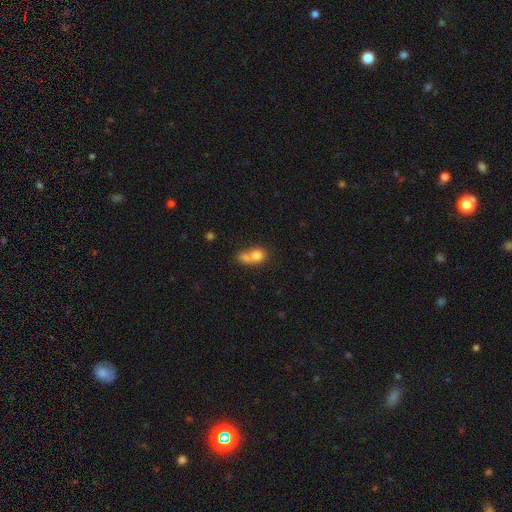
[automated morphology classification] Smooth or featured: smooth — 74% (featured or disk — 16%)
How rounded: round — 56% (in between — 42%)
Merging: merger — 60% (none — 24%)